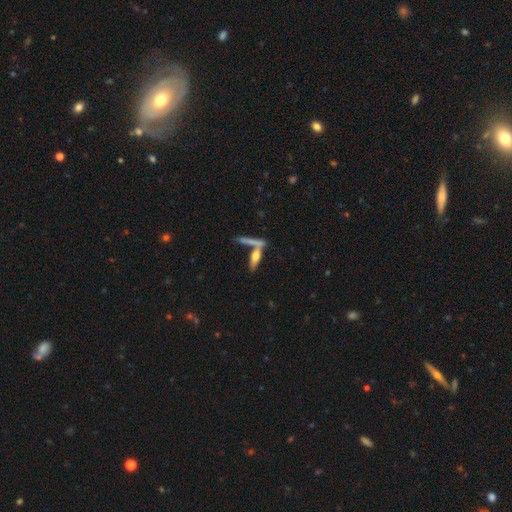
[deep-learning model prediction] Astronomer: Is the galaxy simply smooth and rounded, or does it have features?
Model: smooth — 52% (runner-up: featured or disk, 39%).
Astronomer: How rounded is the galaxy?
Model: cigar-shaped — 68%.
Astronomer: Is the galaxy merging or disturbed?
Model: none — 51% (runner-up: merger, 34%).